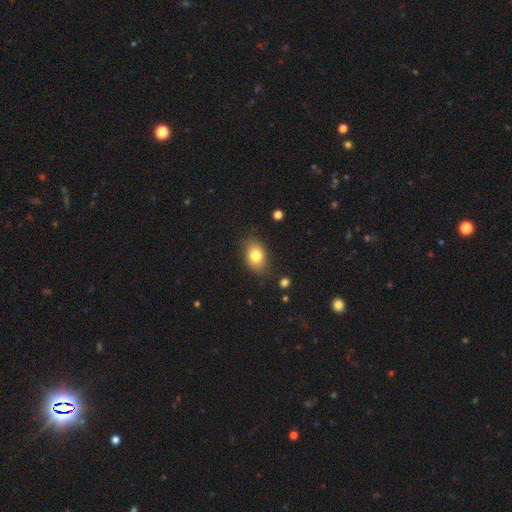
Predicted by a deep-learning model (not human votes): Smooth or featured? smooth (79%)
How rounded? in between (79%)
Merging? none (83%)